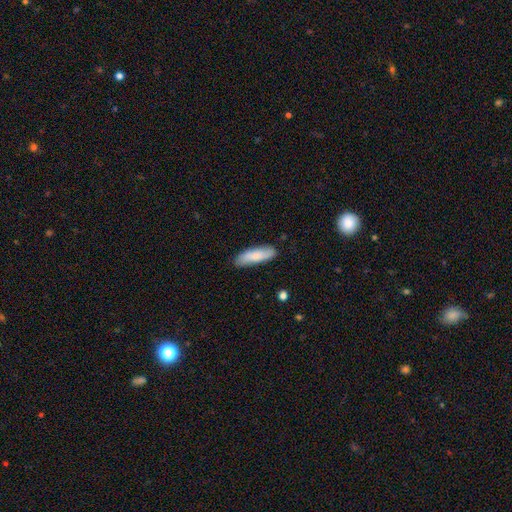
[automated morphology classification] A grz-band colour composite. It shows a smooth galaxy with no disk features (80%) that is cigar-shaped (58%). Merging: none (84%).